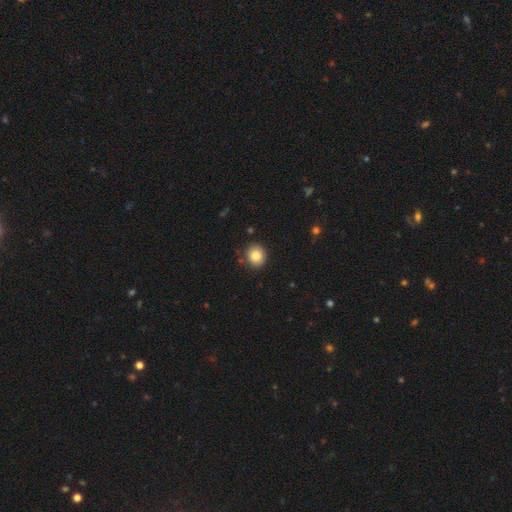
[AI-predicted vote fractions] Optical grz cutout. It shows a smooth galaxy with no disk features (84%) that is round (81%). Merging: none (85%).